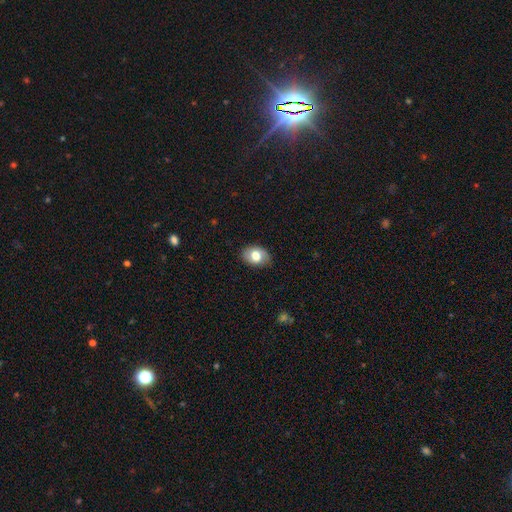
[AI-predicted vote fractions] smooth 71%, featured or disk 22%, star or artifact 7%. Down the decision tree: how rounded — in between (76%); merging — none (80%).